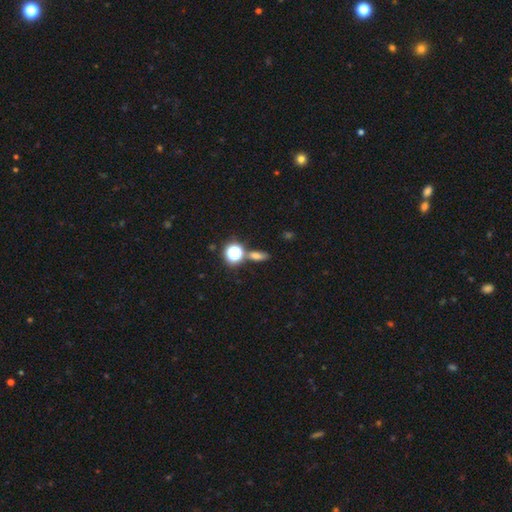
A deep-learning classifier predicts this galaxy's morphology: smooth 59%, star or artifact 25%, featured or disk 15%. Down the decision tree: how rounded — in between (56%); merging — none (72%).